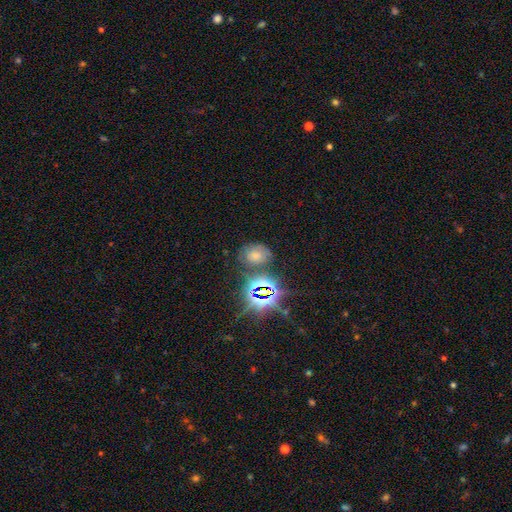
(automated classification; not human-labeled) Smooth or featured? smooth (52%)
How rounded? in between (56%)
Merging? none (69%)